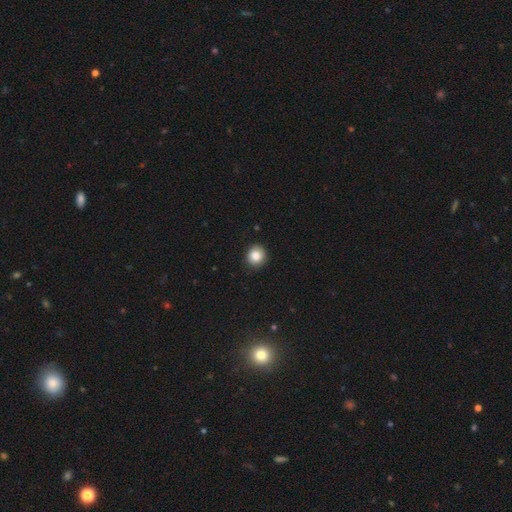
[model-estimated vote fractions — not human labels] smooth-or-featured: smooth: 85% | star or artifact: 9% | featured or disk: 5%
  how-rounded: round: 89% | in between: 10% | cigar-shaped: 1%
  merging: none: 90% | minor disturbance: 7% | major disturbance: 2% | merger: 1%